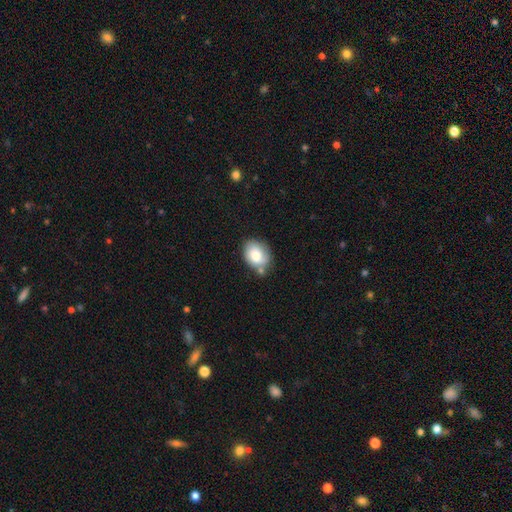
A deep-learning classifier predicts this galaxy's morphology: Overall: smooth (73%). How rounded: in between (60%; round 39%). Merging: none (62%).